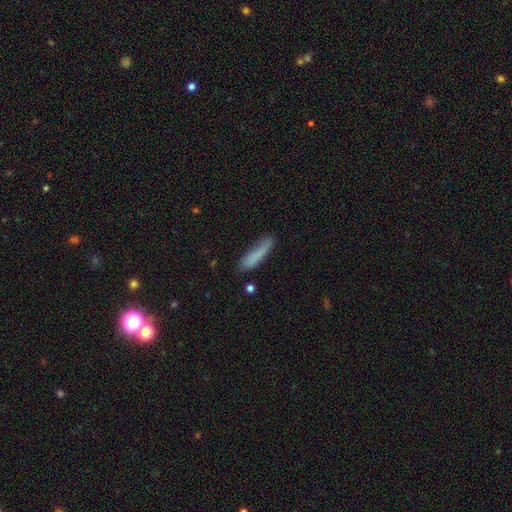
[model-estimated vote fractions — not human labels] The model was most divided on "merging": none: 62%, minor disturbance: 26%, major disturbance: 9%, merger: 4%. More confident: how rounded — cigar-shaped (80%); smooth or featured — smooth (79%).